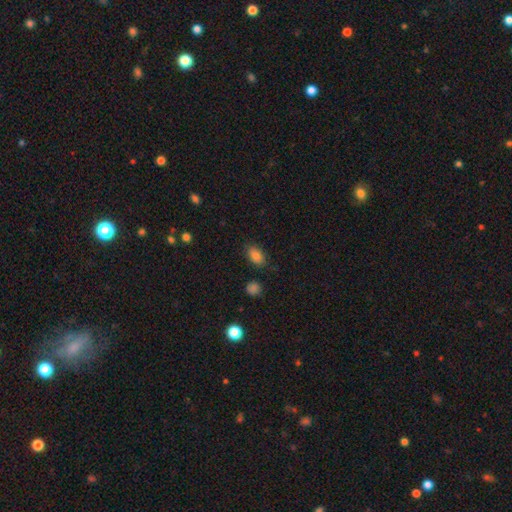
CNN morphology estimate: type=smooth (83%); roundness=in between (87%); merging=none (80%).